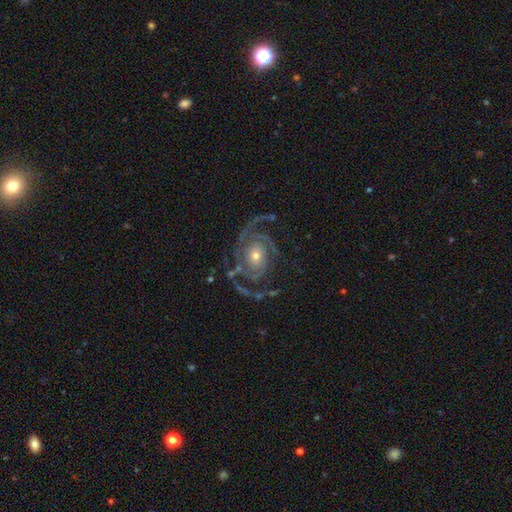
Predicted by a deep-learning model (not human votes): smooth_or_featured: featured or disk (p=0.91) [alt: star or artifact p=0.05]
disk_edge_on: no (p=0.98) [alt: yes p=0.02]
bar: no (p=0.76) [alt: weak p=0.17]
has_spiral_arms: yes (p=0.97) [alt: no p=0.03]
spiral_winding: tight (p=0.46) [alt: medium p=0.41]
spiral_arm_count: 2 (p=0.51) [alt: 3 p=0.22]
bulge_size: moderate (p=0.47) [tied with: small p=0.47]
merging: none (p=0.65) [alt: minor disturbance p=0.17]